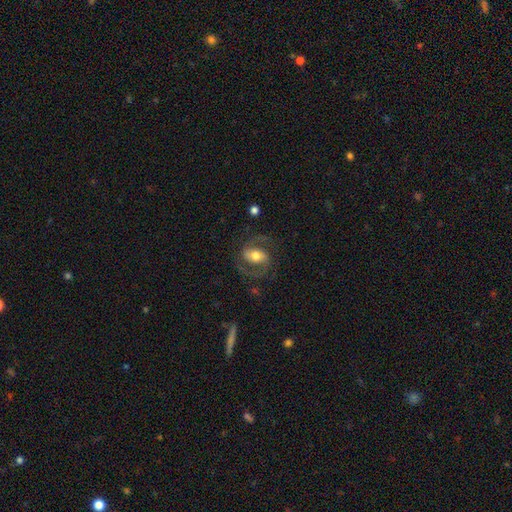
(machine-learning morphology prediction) Smooth or featured: featured or disk — 78% (smooth — 15%)
Edge-on disk: no — 97% (yes — 3%)
Bar: weak — 39% (strong — 35%)
Spiral arms: yes — 93% (no — 7%)
Spiral winding: medium — 59% (loose — 21%)
Spiral arm count: 2 — 91% (can't tell — 3%)
Bulge size: moderate — 67% (large — 17%)
Merging: none — 74% (minor disturbance — 14%)